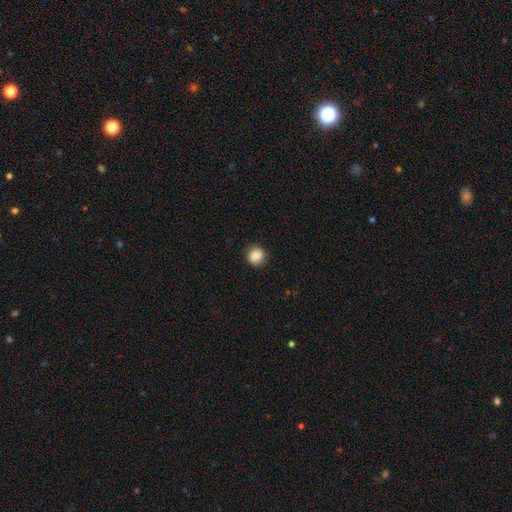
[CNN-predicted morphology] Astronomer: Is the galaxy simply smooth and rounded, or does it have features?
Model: smooth — 86%.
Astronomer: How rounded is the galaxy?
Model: round — 89%.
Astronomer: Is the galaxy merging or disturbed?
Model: none — 86%.